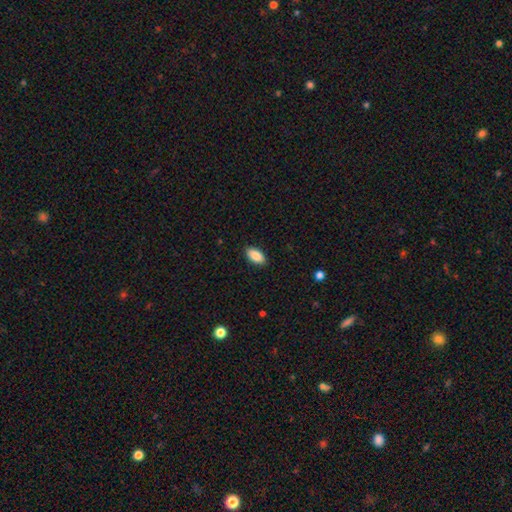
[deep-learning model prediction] smooth-or-featured: smooth: 89% | star or artifact: 7% | featured or disk: 5%
  how-rounded: in between: 93% | cigar-shaped: 5% | round: 3%
  merging: none: 89% | minor disturbance: 8% | major disturbance: 2% | merger: 1%